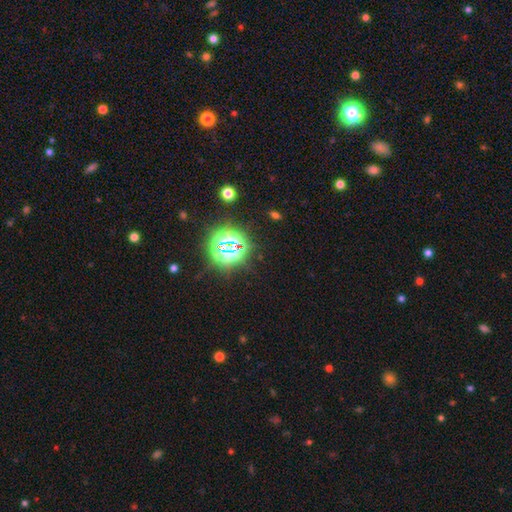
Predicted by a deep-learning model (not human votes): A star or artifact, not a galaxy (80%).

Vote fractions:
- Smooth or featured? star or artifact: 80% / smooth: 14% / featured or disk: 6%